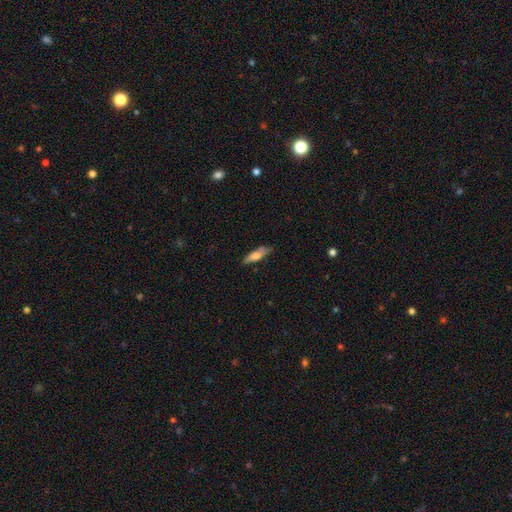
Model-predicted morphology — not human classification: A smooth galaxy with no disk features (62%) that is cigar-shaped (63%). Merging: none (71%).